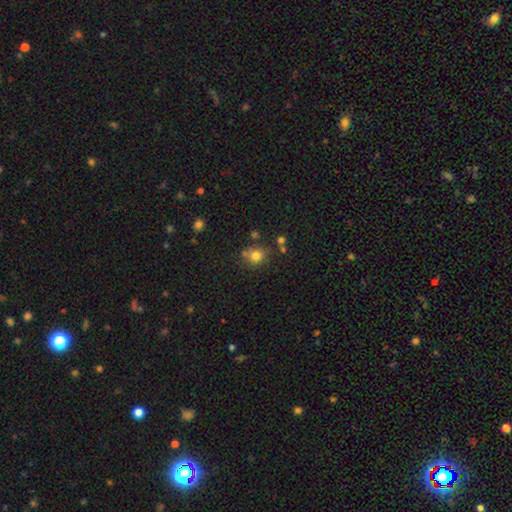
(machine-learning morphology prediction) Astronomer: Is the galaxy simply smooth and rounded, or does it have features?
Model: smooth — 78%.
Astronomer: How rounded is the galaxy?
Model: round — 76%.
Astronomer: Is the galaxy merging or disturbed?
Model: none — 68%.